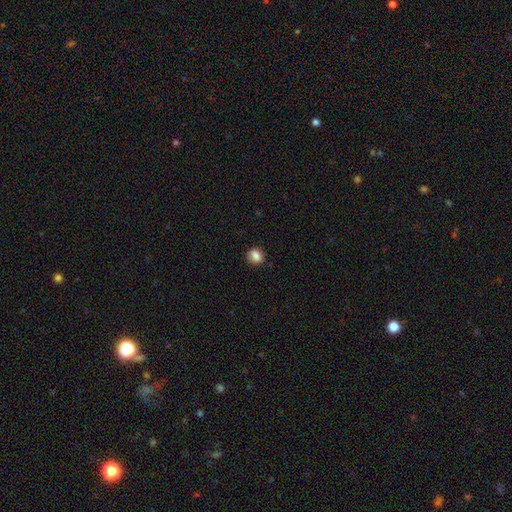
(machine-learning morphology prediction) A smooth galaxy with no disk features (84%) that is round (64%). Merging: none (83%).